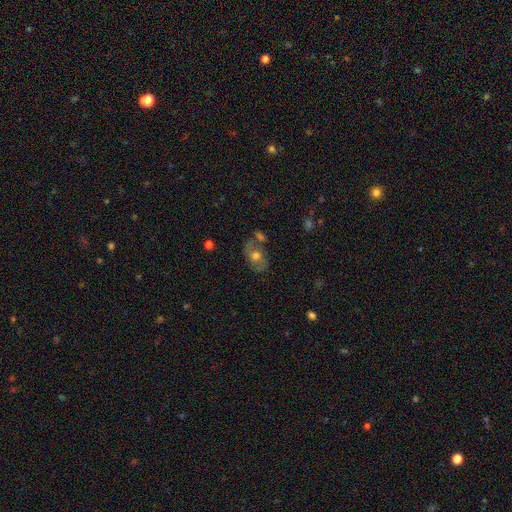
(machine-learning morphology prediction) type=featured or disk (50%); merging=none (53%).